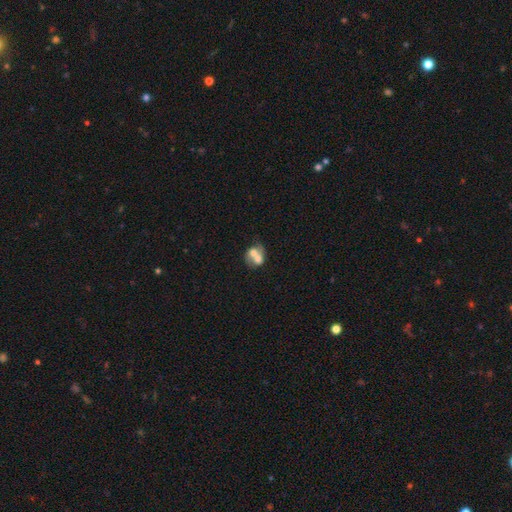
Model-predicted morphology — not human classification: The model was most divided on "how rounded": round: 55%, in between: 44%, cigar-shaped: 1%. More confident: merging — merger (71%); smooth or featured — smooth (58%).